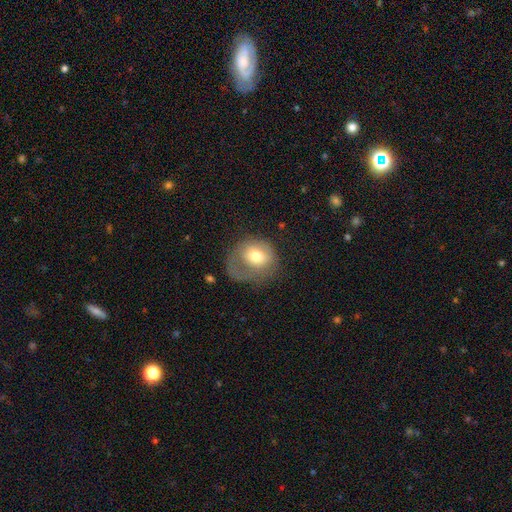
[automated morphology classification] smooth_or_featured: smooth (p=0.63) [alt: featured or disk p=0.29]
how_rounded: round (p=0.66) [alt: in between p=0.33]
merging: major disturbance (p=0.45) [alt: none p=0.27]